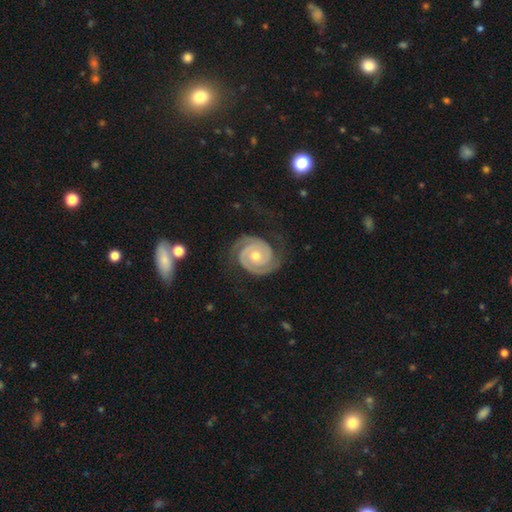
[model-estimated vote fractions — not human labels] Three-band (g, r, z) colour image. It shows a featured or disk galaxy (92%) with no bar (72%), 2 (90%) tight (75%) spiral arms (98%) and a moderate central bulge (64%). Merging: none (77%).